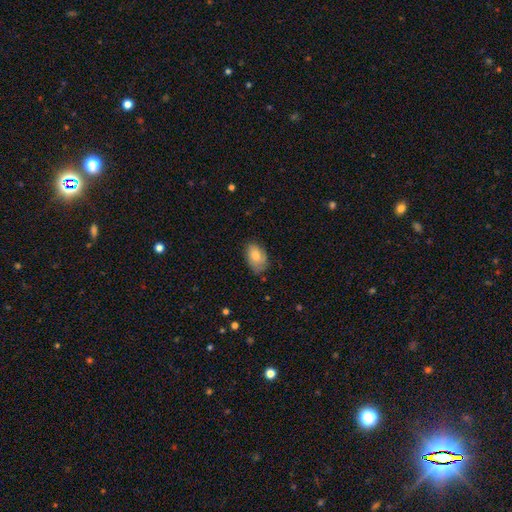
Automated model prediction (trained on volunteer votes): smooth-or-featured: smooth: 76% | featured or disk: 17% | star or artifact: 7%
  how-rounded: in between: 90% | round: 9% | cigar-shaped: 1%
  merging: none: 68% | minor disturbance: 25% | major disturbance: 5% | merger: 1%